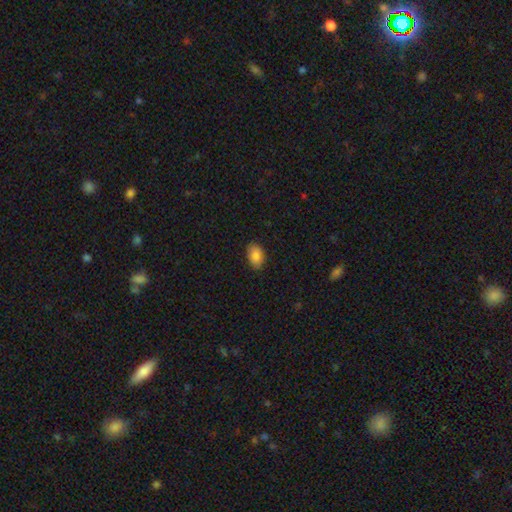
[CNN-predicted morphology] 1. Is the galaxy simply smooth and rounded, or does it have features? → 86% smooth, 8% star or artifact, 6% featured or disk.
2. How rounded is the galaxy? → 89% in between, 9% round, 1% cigar-shaped.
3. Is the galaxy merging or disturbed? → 86% none, 11% minor disturbance, 2% major disturbance, 1% merger.